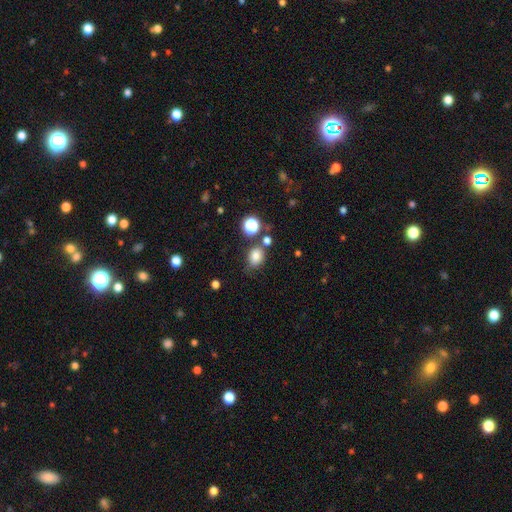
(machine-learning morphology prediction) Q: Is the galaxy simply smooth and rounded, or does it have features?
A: smooth — 80%.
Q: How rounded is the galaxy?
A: in between — 51%.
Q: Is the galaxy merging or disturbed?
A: none — 67%.